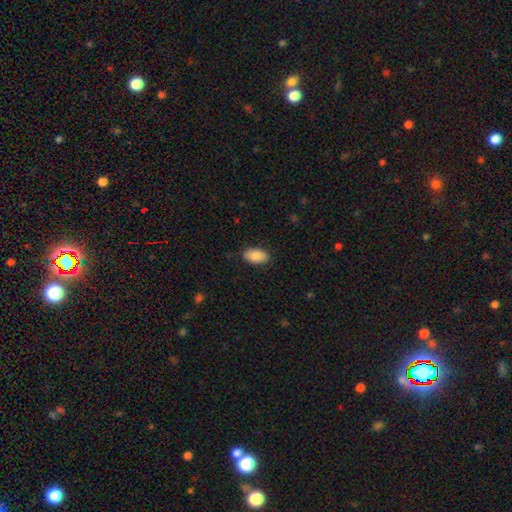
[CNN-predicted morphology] Smooth or featured: smooth — 84% (featured or disk — 9%)
How rounded: in between — 94% (round — 4%)
Merging: none — 86% (minor disturbance — 11%)